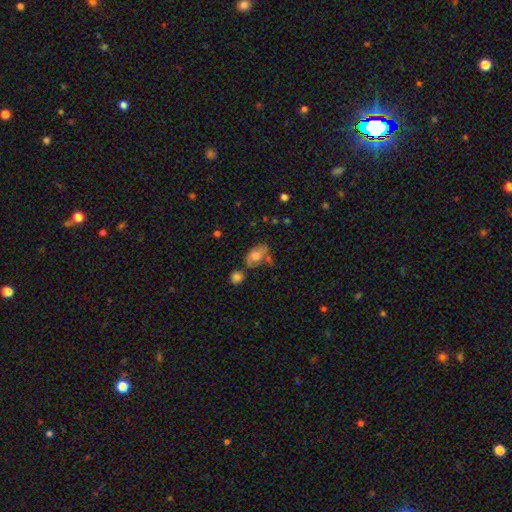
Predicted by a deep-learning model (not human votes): smooth 61%, featured or disk 30%, star or artifact 9%. Down the decision tree: how rounded — in between (84%); merging — none (42%).